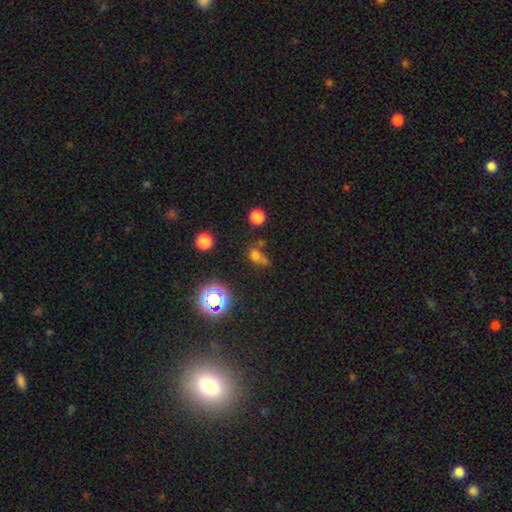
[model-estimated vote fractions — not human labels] Smooth or featured: smooth — 62% (star or artifact — 27%)
How rounded: round — 57% (in between — 40%)
Merging: none — 45% (merger — 23%)